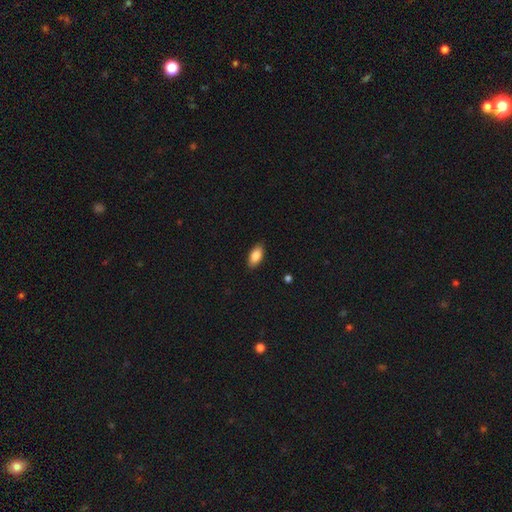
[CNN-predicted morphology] Overall: smooth (86%). How rounded: in between (91%). Merging: none (88%).